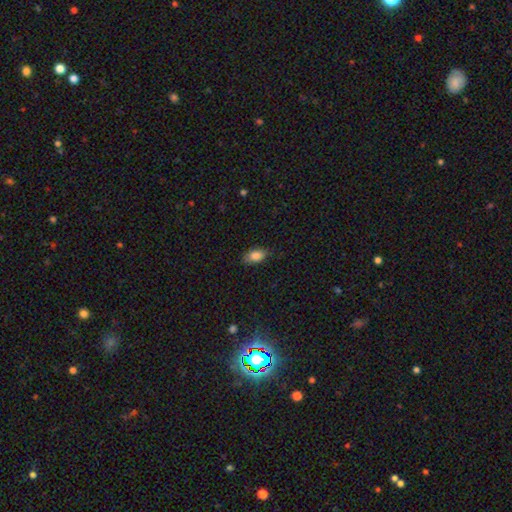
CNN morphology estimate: Smooth or featured?
  - smooth: 84% *
  - star or artifact: 8%
  - featured or disk: 8%
How rounded?
  - in between: 90% *
  - round: 5%
  - cigar-shaped: 5%
Merging?
  - none: 80% *
  - minor disturbance: 16%
  - major disturbance: 3%
  - merger: 1%